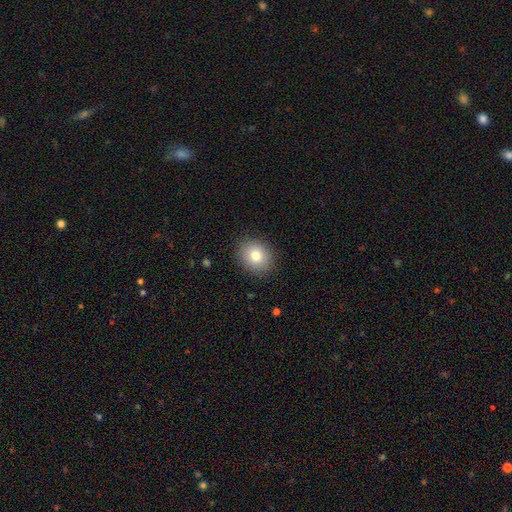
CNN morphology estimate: smooth_or_featured: smooth (p=0.81) [alt: featured or disk p=0.10]
how_rounded: round (p=0.61) [alt: in between p=0.38]
merging: none (p=0.88) [alt: minor disturbance p=0.08]